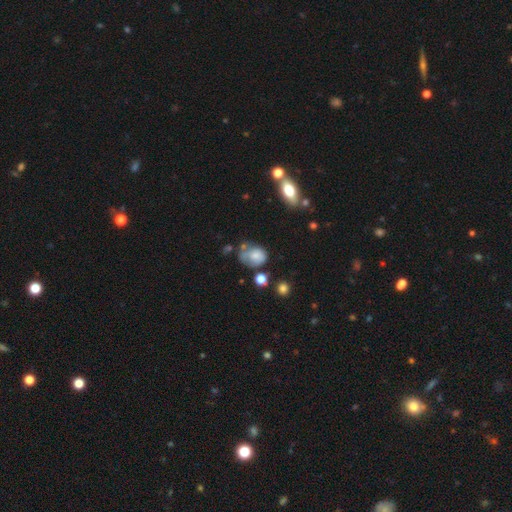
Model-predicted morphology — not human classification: Overall: smooth (70%). How rounded: in between (61%; round 37%). Merging: minor disturbance (33%; none 32%).